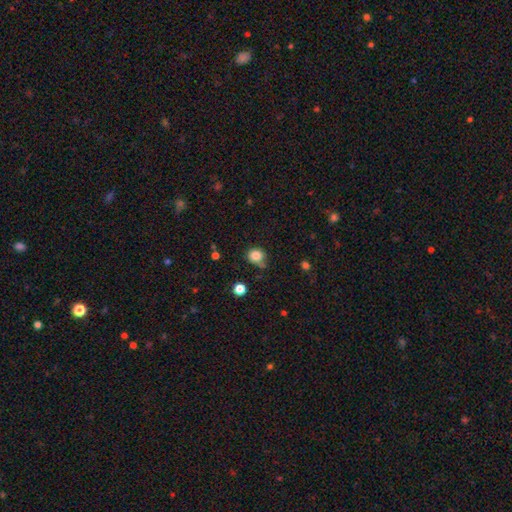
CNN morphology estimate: type=smooth (83%); roundness=round (76%); merging=none (63%).